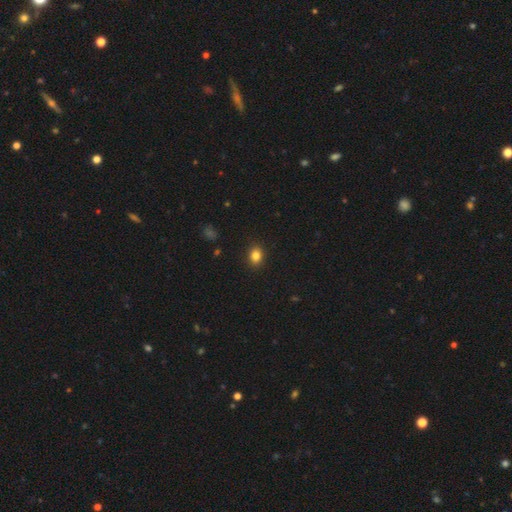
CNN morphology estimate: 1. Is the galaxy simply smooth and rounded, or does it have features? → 84% smooth, 11% star or artifact, 5% featured or disk.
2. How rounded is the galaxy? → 57% in between, 42% round, 1% cigar-shaped.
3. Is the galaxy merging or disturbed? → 89% none, 8% minor disturbance, 2% major disturbance, 1% merger.